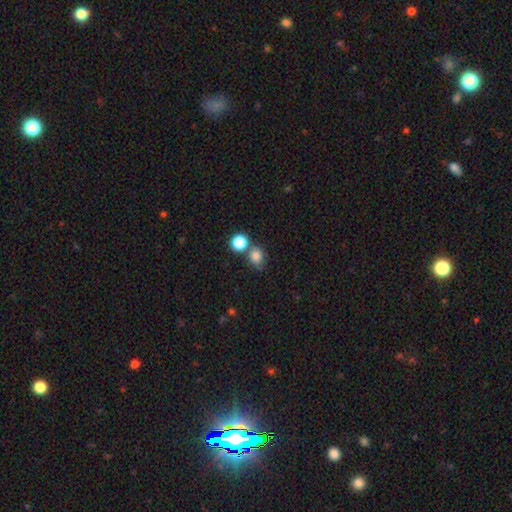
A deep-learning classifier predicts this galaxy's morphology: The model was most divided on "how rounded": round: 66%, in between: 33%, cigar-shaped: 1%. More confident: smooth or featured — smooth (81%); merging — none (60%).